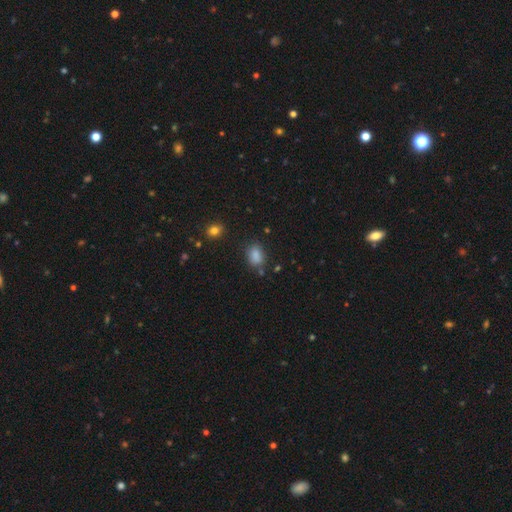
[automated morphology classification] This appears to be a smooth galaxy with no disk features (85%) that is in between round and cigar-shaped (80%). Merging: none (74%).